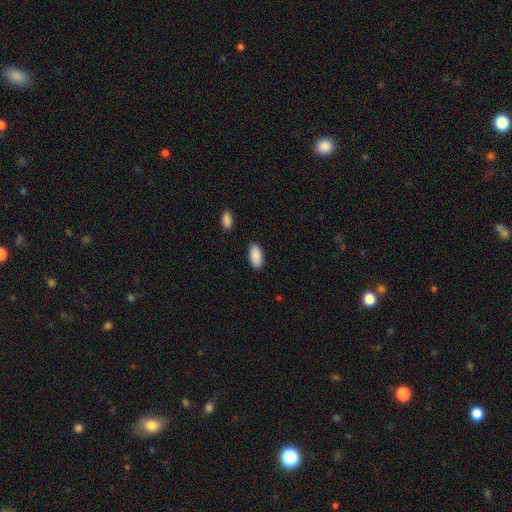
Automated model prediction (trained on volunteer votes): This is clearly a smooth galaxy (90%). How rounded: clearly in between (94%). Merging: clearly none (86%).